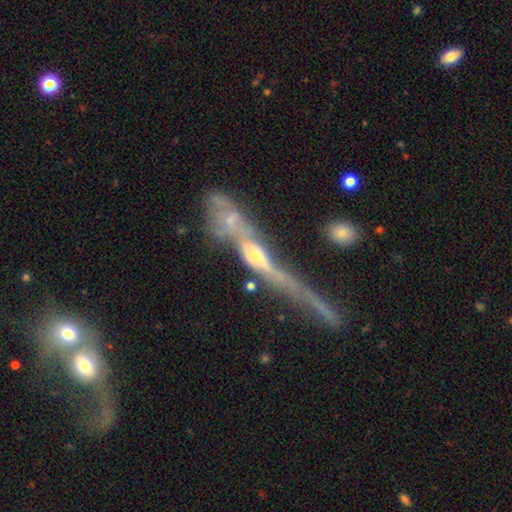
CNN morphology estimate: featured or disk 67%, smooth 20%, star or artifact 12%. Down the decision tree: edge-on disk — yes (65%); merging — merger (40%).